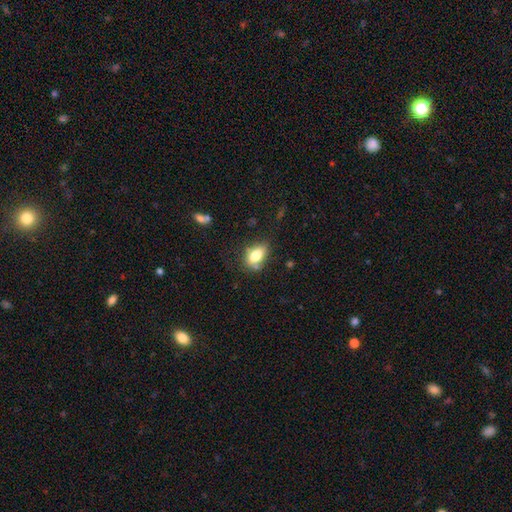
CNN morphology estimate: smooth-or-featured: smooth: 79% | featured or disk: 12% | star or artifact: 9%
  how-rounded: in between: 85% | round: 12% | cigar-shaped: 3%
  merging: none: 64% | minor disturbance: 23% | merger: 7% | major disturbance: 6%